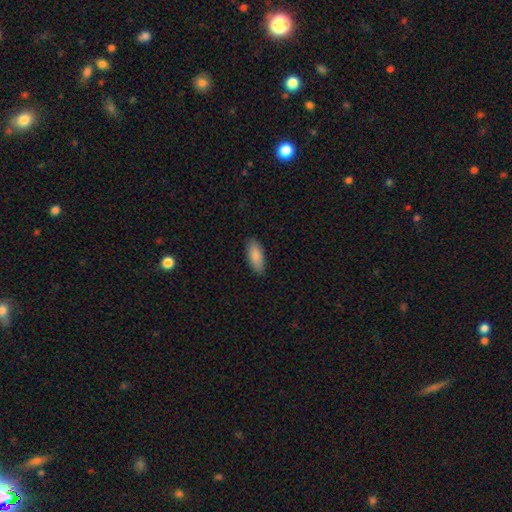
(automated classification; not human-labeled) smooth 88%, featured or disk 6%, star or artifact 6%. Down the decision tree: how rounded — in between (83%); merging — none (87%).